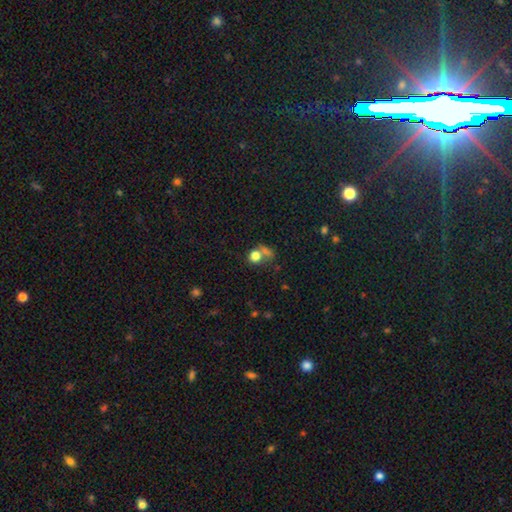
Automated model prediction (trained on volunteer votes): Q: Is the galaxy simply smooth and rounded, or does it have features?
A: smooth — 77%.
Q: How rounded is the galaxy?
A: round — 76%.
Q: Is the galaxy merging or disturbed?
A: none — 40%.